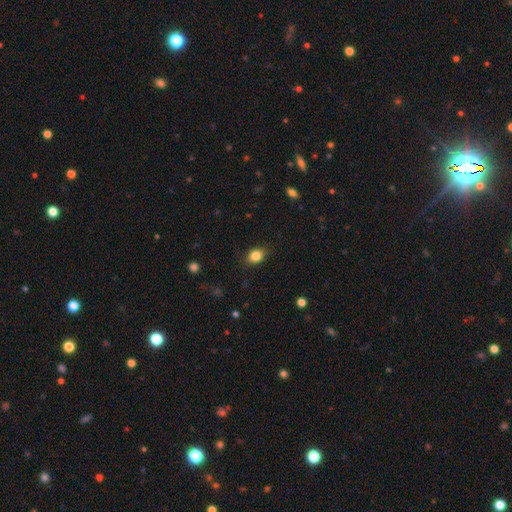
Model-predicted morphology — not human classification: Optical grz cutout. It shows a smooth galaxy with no disk features (85%) that is in between round and cigar-shaped (60%). Merging: none (83%).